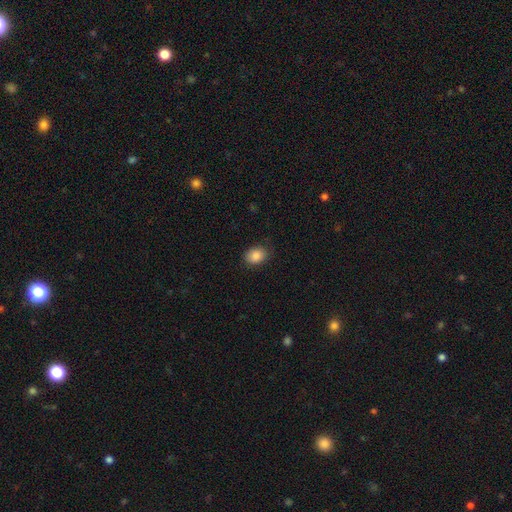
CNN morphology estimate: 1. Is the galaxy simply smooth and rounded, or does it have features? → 87% smooth, 9% star or artifact, 4% featured or disk.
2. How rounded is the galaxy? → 64% in between, 35% round, 1% cigar-shaped.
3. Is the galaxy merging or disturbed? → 83% none, 13% minor disturbance, 3% major disturbance, 1% merger.